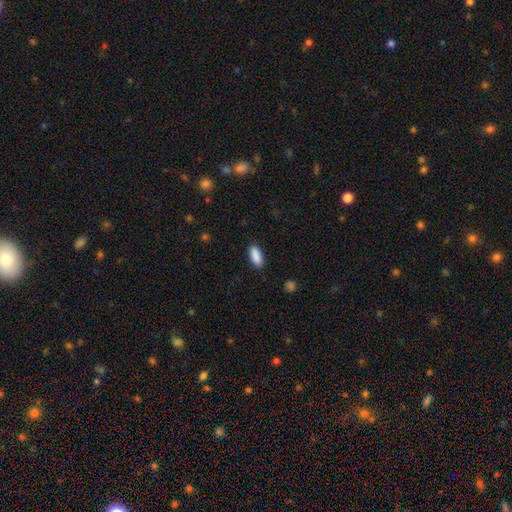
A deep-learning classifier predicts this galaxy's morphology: Q: Smooth or featured?
A: smooth (90%); runner-up: star or artifact (7%)
Q: How rounded?
A: in between (83%); runner-up: cigar-shaped (15%)
Q: Merging?
A: none (88%); runner-up: minor disturbance (9%)